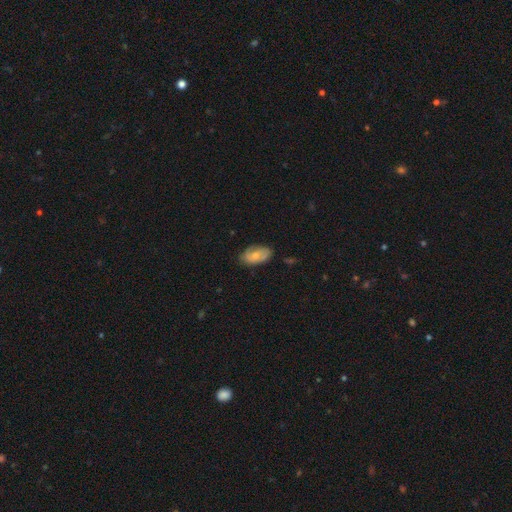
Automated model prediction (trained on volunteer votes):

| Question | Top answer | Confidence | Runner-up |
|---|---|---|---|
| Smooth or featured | smooth | 56% | featured or disk (37%) |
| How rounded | in between | 92% | round (6%) |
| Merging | none | 71% | minor disturbance (23%) |